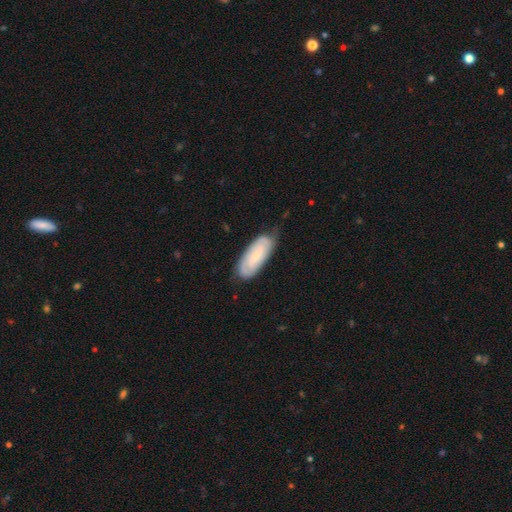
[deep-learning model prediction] This appears to be a smooth galaxy with no disk features (48%). Merging: none (69%).